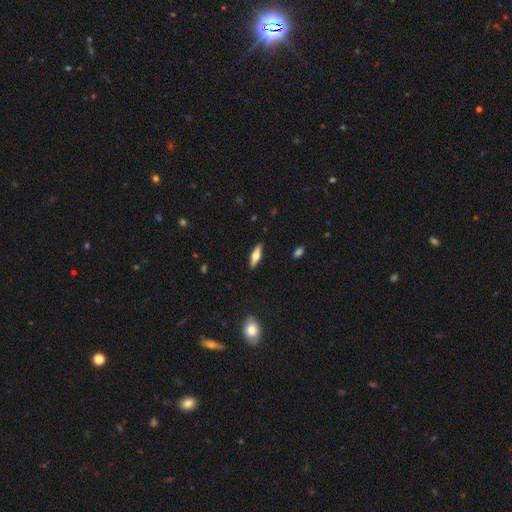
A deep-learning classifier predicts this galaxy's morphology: A smooth galaxy with no disk features (49%). Merging: none (89%).